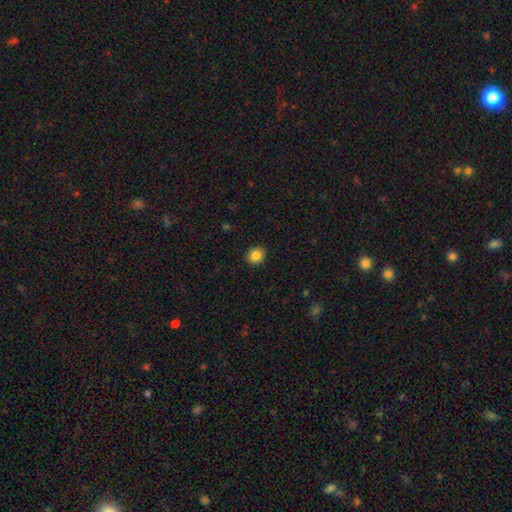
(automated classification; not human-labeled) This is clearly a smooth galaxy (85%). How rounded: likely round (69%). Merging: clearly none (91%).